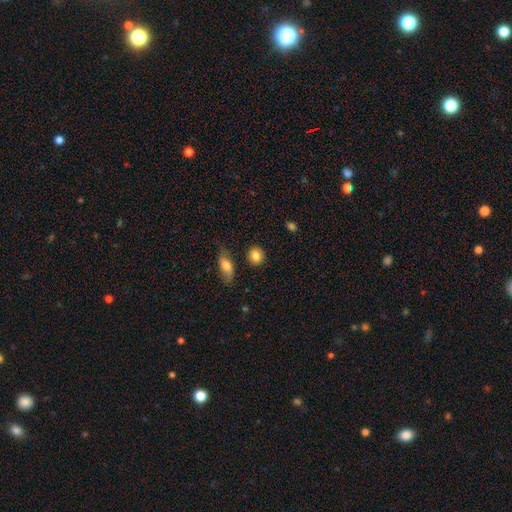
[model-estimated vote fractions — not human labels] Q: Smooth or featured?
A: smooth (84%); runner-up: star or artifact (9%)
Q: How rounded?
A: round (77%); runner-up: in between (21%)
Q: Merging?
A: none (83%); runner-up: minor disturbance (10%)